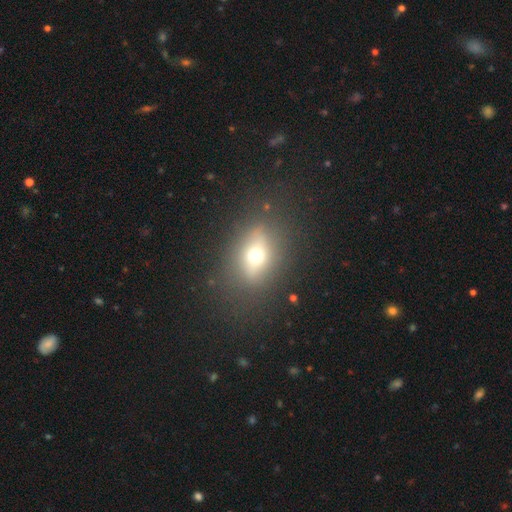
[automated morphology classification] type=smooth (56%); roundness=in between (56%); merging=none (80%).